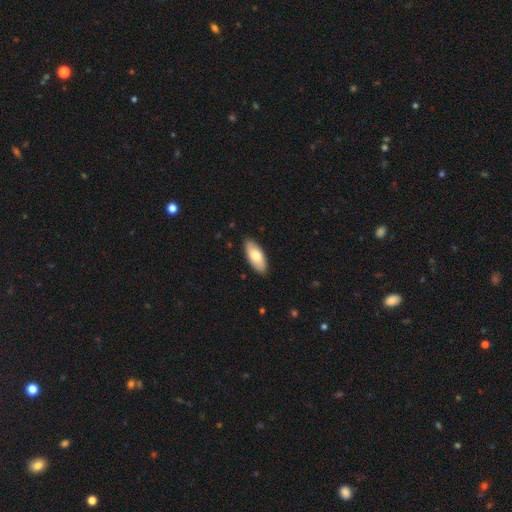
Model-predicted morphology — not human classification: This is likely a smooth galaxy (75%). How rounded: clearly in between (84%). Merging: clearly none (89%).